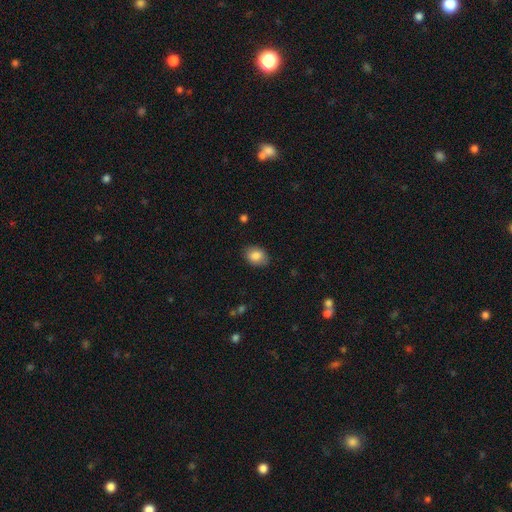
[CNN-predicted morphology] This appears to be a smooth galaxy with no disk features (85%) that is in between round and cigar-shaped (71%). Merging: none (85%).